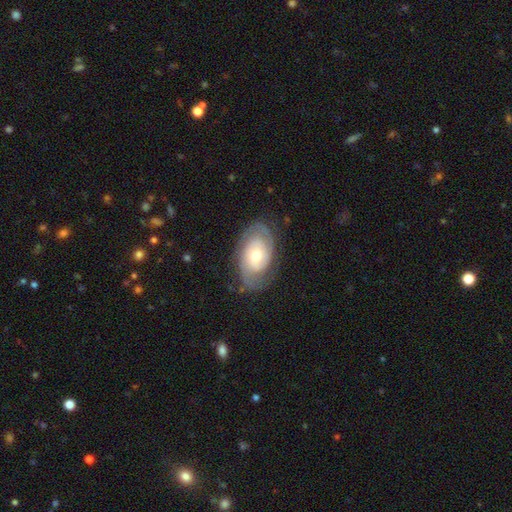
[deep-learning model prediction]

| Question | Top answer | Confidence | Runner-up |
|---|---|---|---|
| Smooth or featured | featured or disk | 77% | smooth (18%) |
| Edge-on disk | no | 95% | yes (5%) |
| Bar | no | 72% | weak (22%) |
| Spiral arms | yes | 89% | no (11%) |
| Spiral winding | tight | 61% | medium (29%) |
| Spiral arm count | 2 | 68% | can't tell (19%) |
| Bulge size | moderate | 66% | small (26%) |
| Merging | none | 76% | minor disturbance (16%) |